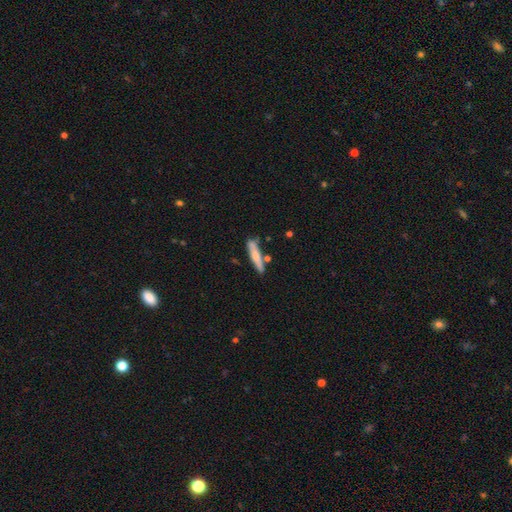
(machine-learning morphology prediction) This appears to be a smooth galaxy with no disk features (63%) that is cigar-shaped (88%). Merging: none (72%).